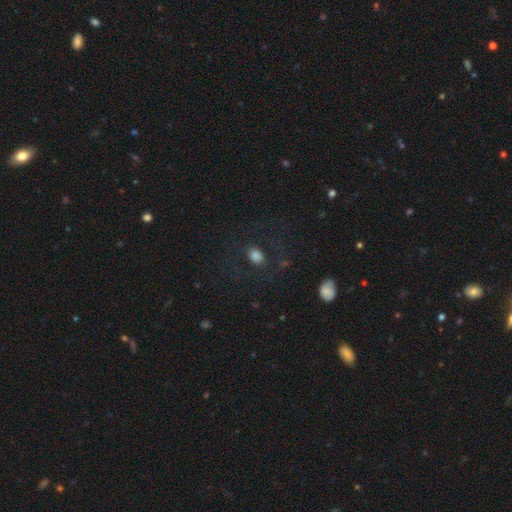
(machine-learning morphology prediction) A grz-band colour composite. It shows a smooth galaxy with no disk features (77%) that is in between round and cigar-shaped (61%). Merging: none (80%).